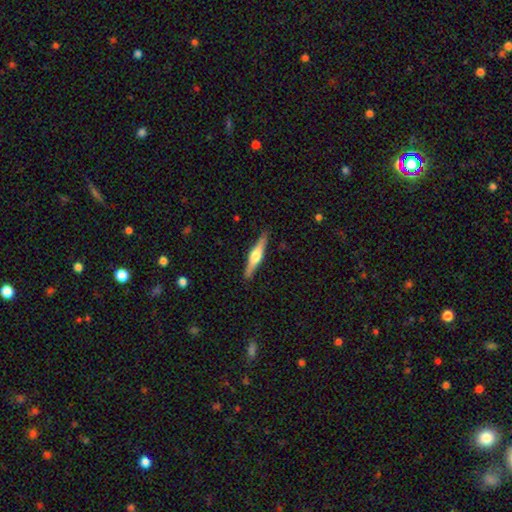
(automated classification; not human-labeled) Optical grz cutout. It shows a featured or disk galaxy (66%) viewed edge-on (97%) with a rounded central bulge (90%). Merging: none (90%).